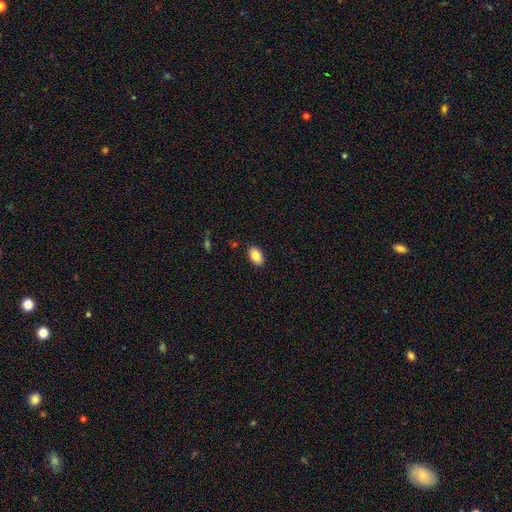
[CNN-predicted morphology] smooth 82%, featured or disk 10%, star or artifact 7%. Down the decision tree: how rounded — in between (92%); merging — none (87%).